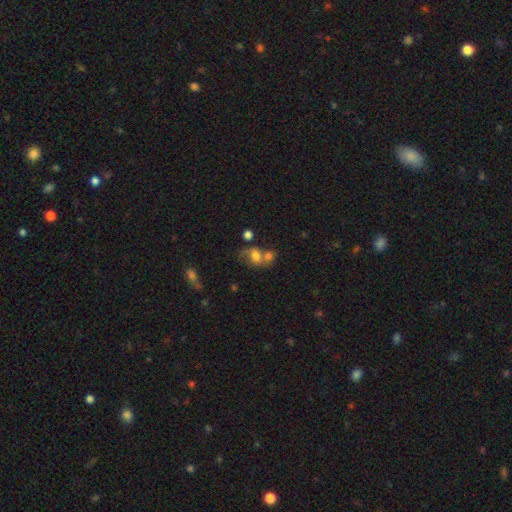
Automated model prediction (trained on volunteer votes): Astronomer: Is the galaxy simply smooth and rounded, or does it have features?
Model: smooth — 63%.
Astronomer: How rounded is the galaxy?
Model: in between — 57% (runner-up: round, 41%).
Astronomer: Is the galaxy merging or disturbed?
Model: merger — 49% (runner-up: none, 29%).